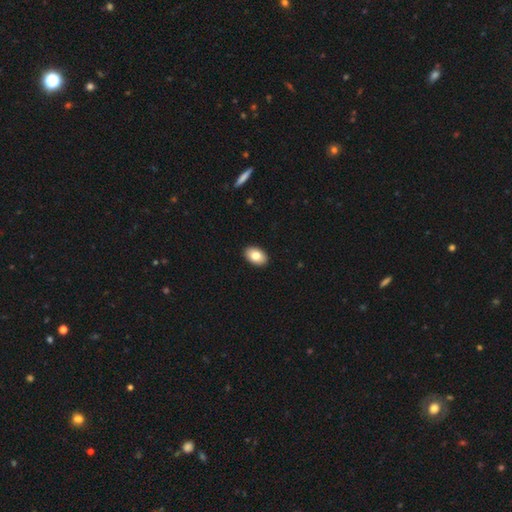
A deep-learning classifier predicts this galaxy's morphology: Smooth or featured? smooth (81%)
How rounded? in between (89%)
Merging? none (91%)